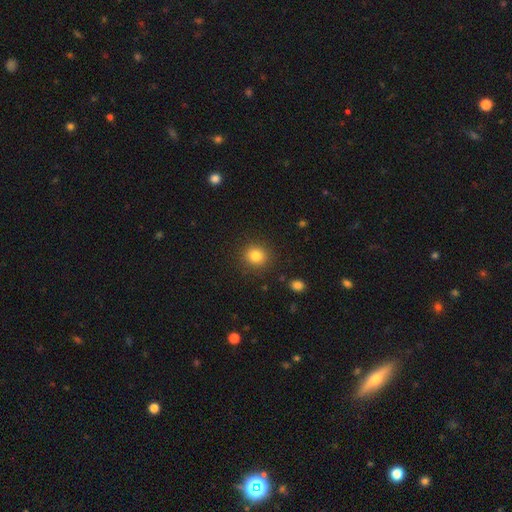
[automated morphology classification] Smooth or featured? Predicted: smooth (p=0.82). How rounded? Predicted: round (p=0.87). Merging? Predicted: none (p=0.89).